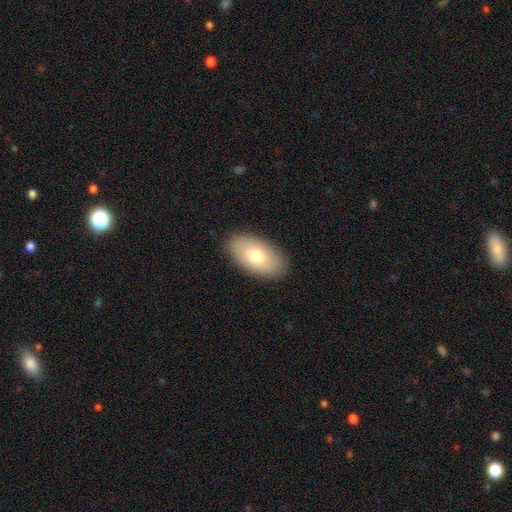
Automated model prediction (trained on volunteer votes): smooth 74%, featured or disk 19%, star or artifact 6%. Down the decision tree: how rounded — in between (95%); merging — none (88%).